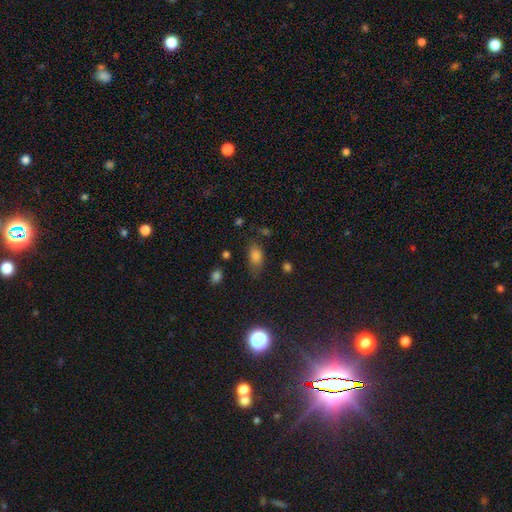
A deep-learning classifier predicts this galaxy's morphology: Smooth or featured: smooth — 76% (star or artifact — 15%)
How rounded: in between — 84% (round — 10%)
Merging: none — 62% (minor disturbance — 25%)